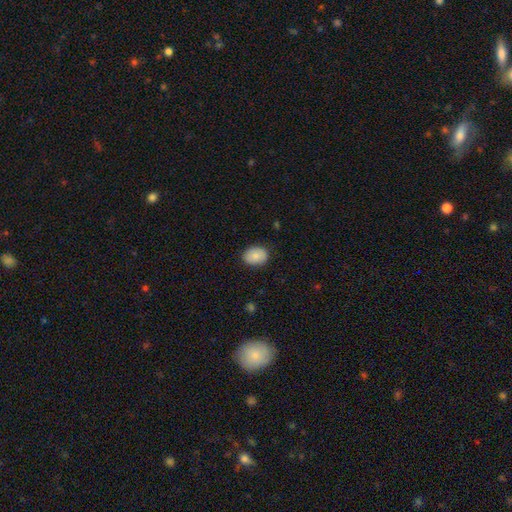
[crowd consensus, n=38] Smooth or featured? smooth (92%)
How rounded? in between (80%)
Merging? none (86%)